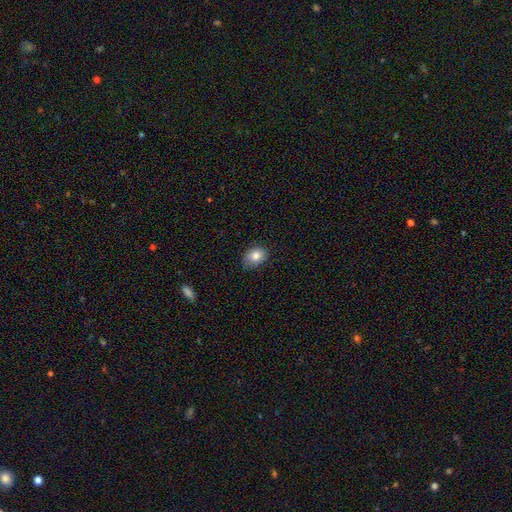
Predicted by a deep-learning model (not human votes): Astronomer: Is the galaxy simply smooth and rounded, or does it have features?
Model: smooth — 83%.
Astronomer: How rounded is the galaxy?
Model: in between — 61% (runner-up: round, 38%).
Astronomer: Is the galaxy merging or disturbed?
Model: none — 76%.